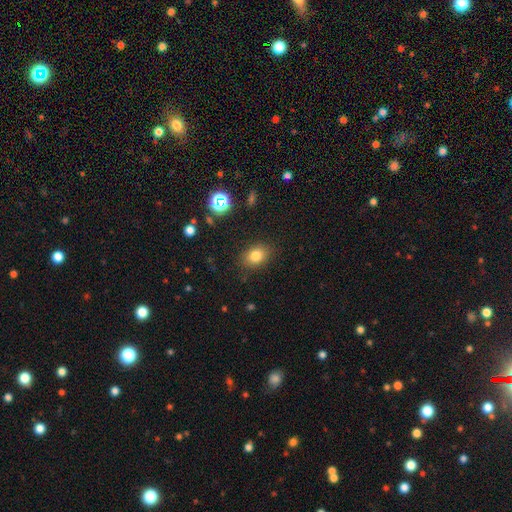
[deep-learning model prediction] The model was most divided on "how rounded": in between: 68%, round: 31%, cigar-shaped: 1%. More confident: merging — none (84%); smooth or featured — smooth (80%).